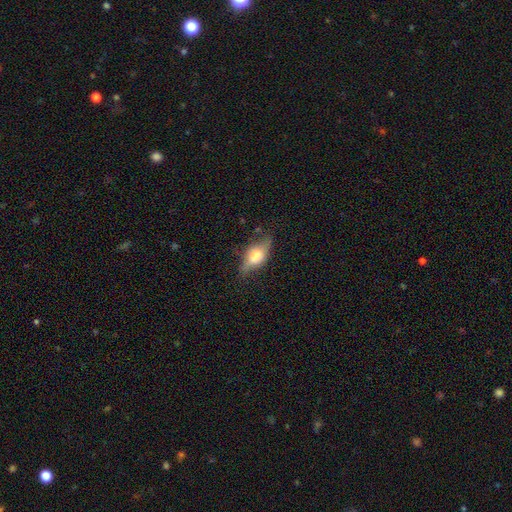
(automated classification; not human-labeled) A smooth galaxy with no disk features (51%) that is in between round and cigar-shaped (79%). Merging: none (63%).